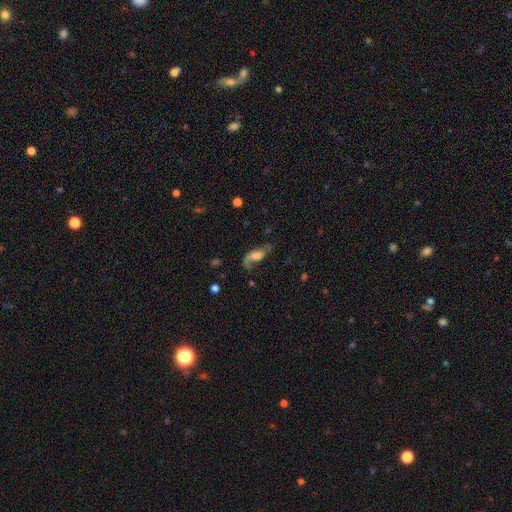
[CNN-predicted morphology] smooth-or-featured: featured or disk: 61% | smooth: 29% | star or artifact: 10%
  disk-edge-on: no: 91% | yes: 9%
    bar: no: 56% | weak: 33% | strong: 11%
    has-spiral-arms: yes: 87% | no: 13%
    bulge-size: moderate: 27% | large: 25% | small: 21% | none: 21% | dominant: 5%
  merging: none: 45% | major disturbance: 29% | minor disturbance: 22% | merger: 5%